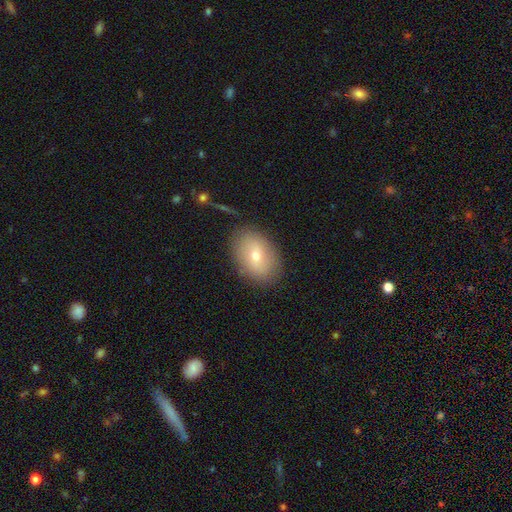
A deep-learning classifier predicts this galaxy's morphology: smooth-or-featured: smooth: 67% | featured or disk: 24% | star or artifact: 9%
  how-rounded: in between: 79% | round: 20% | cigar-shaped: 1%
  merging: none: 83% | minor disturbance: 12% | major disturbance: 4% | merger: 2%